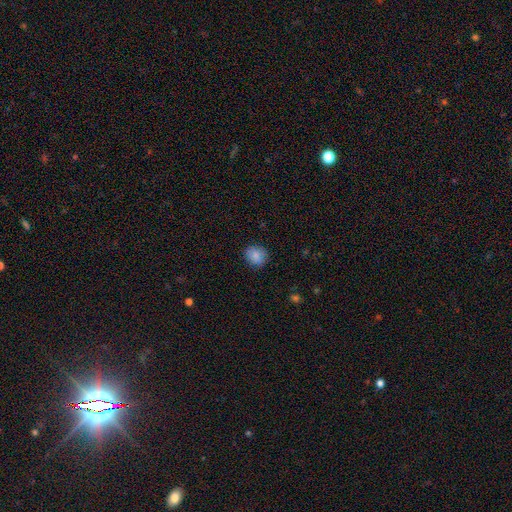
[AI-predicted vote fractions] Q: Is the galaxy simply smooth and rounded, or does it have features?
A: smooth — 86%.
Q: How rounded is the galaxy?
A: round — 75%.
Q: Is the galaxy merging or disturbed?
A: none — 86%.